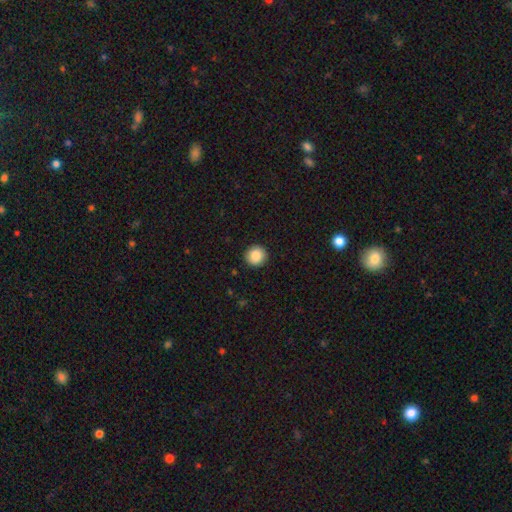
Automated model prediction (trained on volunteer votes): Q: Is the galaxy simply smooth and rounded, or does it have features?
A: smooth — 88%.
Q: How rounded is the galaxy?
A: round — 94%.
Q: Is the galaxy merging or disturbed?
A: none — 92%.